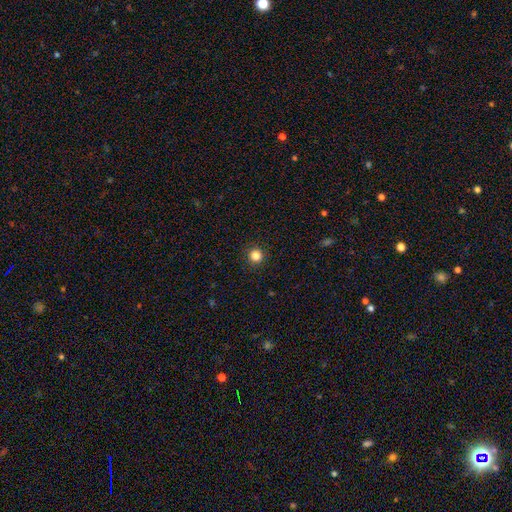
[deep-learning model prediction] Q: Smooth or featured?
A: smooth (84%); runner-up: star or artifact (12%)
Q: How rounded?
A: round (95%); runner-up: in between (4%)
Q: Merging?
A: none (93%); runner-up: minor disturbance (5%)